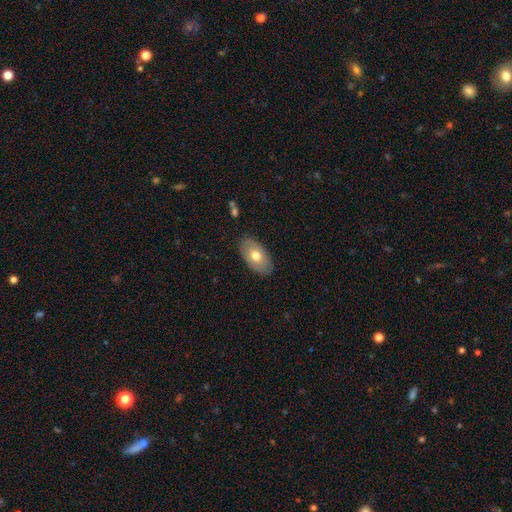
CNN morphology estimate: The model was most divided on "smooth or featured": smooth: 67%, featured or disk: 27%, star or artifact: 6%. More confident: how rounded — in between (94%); merging — none (86%).